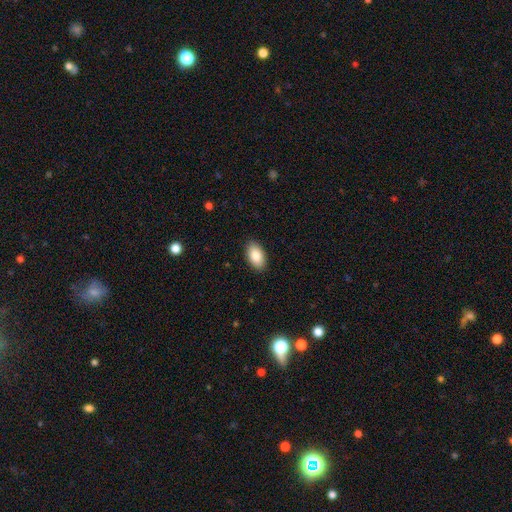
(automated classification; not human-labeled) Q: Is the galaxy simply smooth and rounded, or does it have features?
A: smooth — 86%.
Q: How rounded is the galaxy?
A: in between — 94%.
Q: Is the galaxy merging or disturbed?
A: none — 89%.